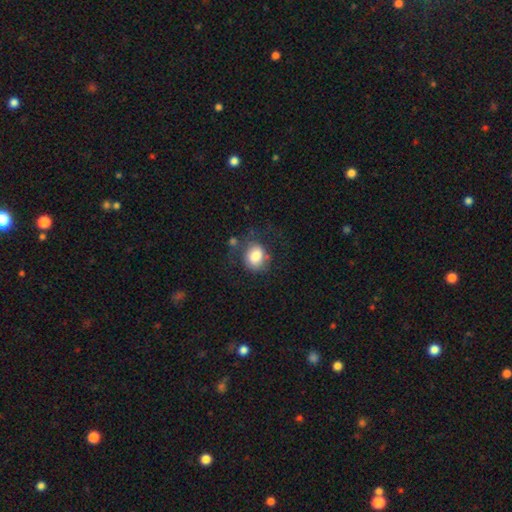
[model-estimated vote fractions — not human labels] Smooth or featured: smooth — 80% (featured or disk — 12%)
How rounded: round — 59% (in between — 40%)
Merging: none — 56% (minor disturbance — 23%)